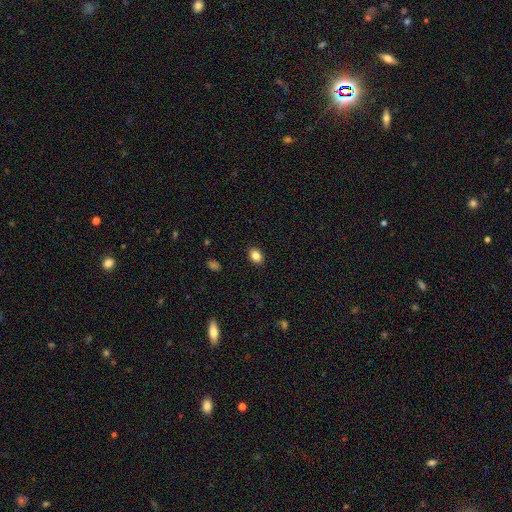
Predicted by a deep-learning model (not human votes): This is clearly a smooth galaxy (85%). How rounded: likely in between (74%). Merging: clearly none (89%).